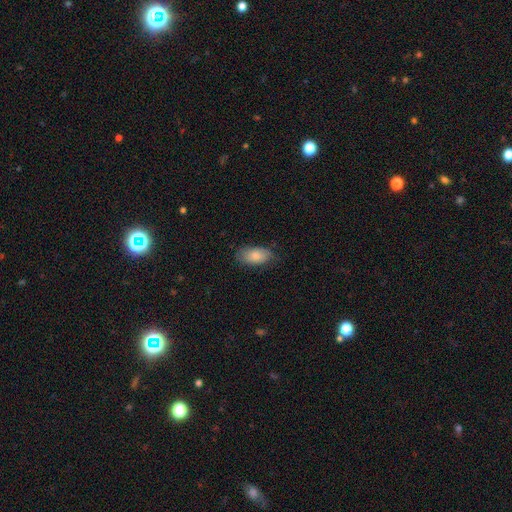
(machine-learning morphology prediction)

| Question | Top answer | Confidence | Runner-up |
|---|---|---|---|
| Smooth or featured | smooth | 81% | featured or disk (12%) |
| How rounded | in between | 93% | round (4%) |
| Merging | none | 75% | minor disturbance (20%) |